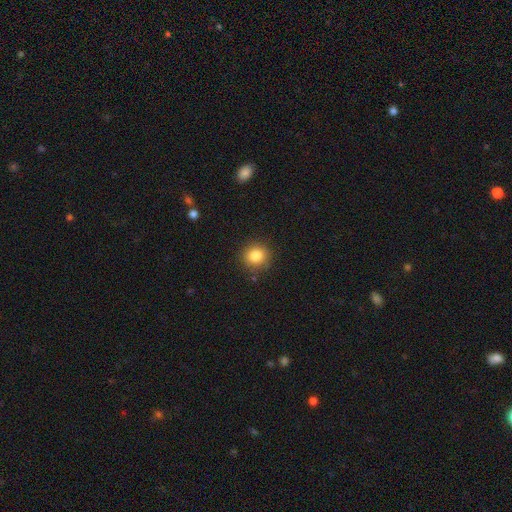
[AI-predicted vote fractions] A smooth galaxy with no disk features (84%) that is round (87%). Merging: none (89%).